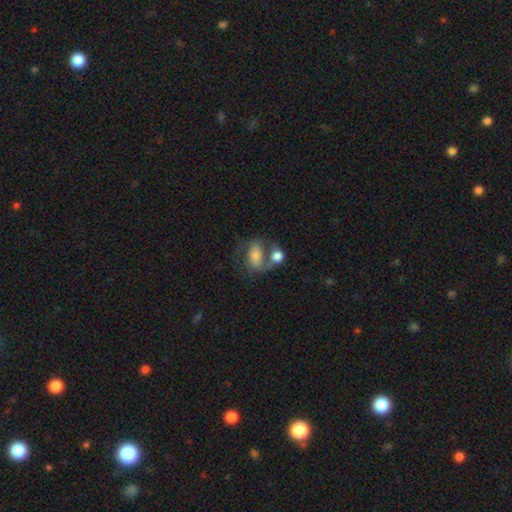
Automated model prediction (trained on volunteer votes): A featured or disk galaxy (53%) with no bar (43%), spiral arms (75%) and a moderate central bulge (48%). Merging: merger (50%).